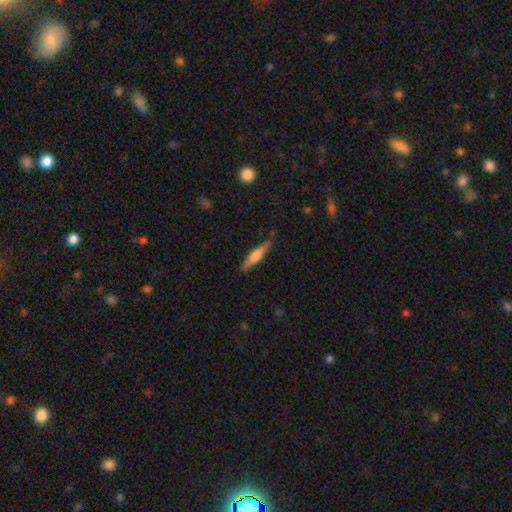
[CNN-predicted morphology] Smooth or featured? Predicted: featured or disk (p=0.57). Edge-on disk? Predicted: yes (p=0.97). Edge-on bulge? Predicted: rounded (p=0.82). Merging? Predicted: none (p=0.87).